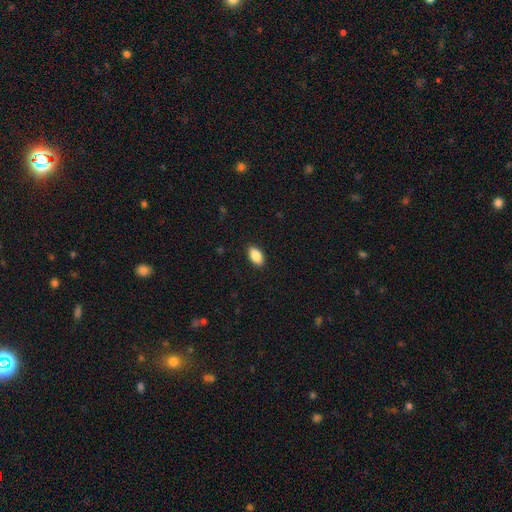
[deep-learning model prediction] Overall: smooth (87%). How rounded: in between (93%). Merging: none (89%).